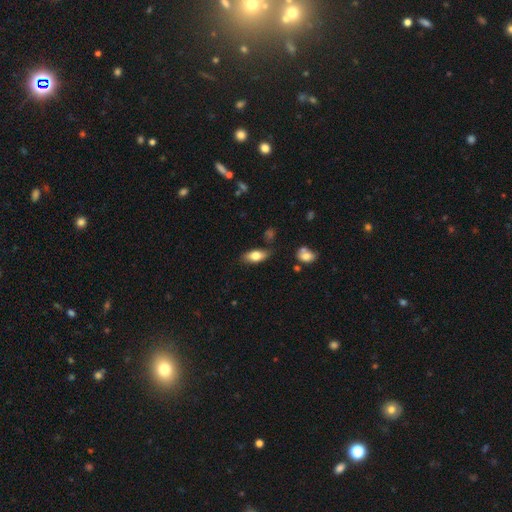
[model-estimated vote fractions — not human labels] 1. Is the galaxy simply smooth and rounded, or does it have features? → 76% smooth, 17% featured or disk, 7% star or artifact.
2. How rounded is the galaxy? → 85% in between, 11% cigar-shaped, 4% round.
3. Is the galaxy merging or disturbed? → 77% none, 16% minor disturbance, 3% major disturbance, 3% merger.